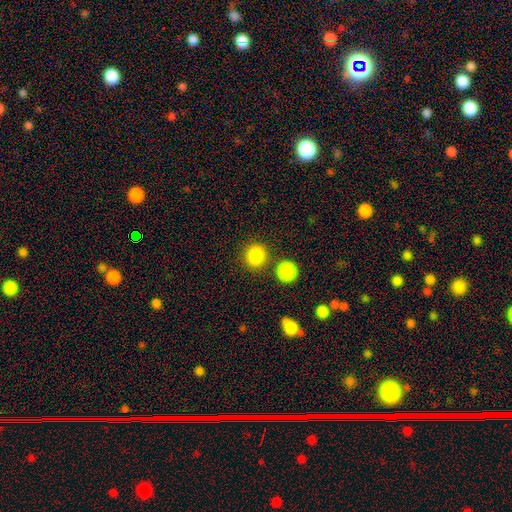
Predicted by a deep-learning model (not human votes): Smooth or featured? Predicted: smooth (p=0.86). How rounded? Predicted: round (p=0.86). Merging? Predicted: none (p=0.82).